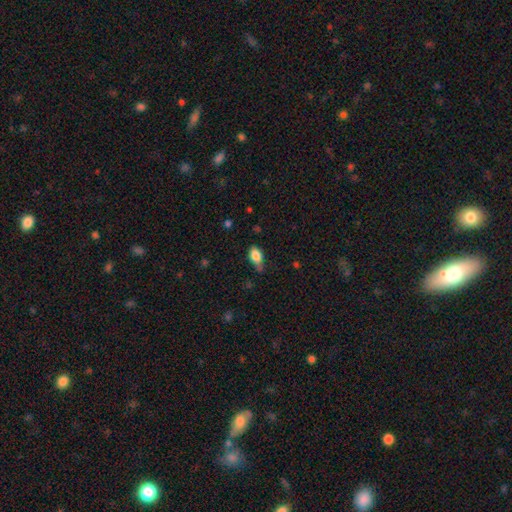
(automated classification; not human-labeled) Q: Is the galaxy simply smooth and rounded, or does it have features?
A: smooth — 83%.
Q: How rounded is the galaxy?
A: in between — 87%.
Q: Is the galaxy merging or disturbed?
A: none — 53%.